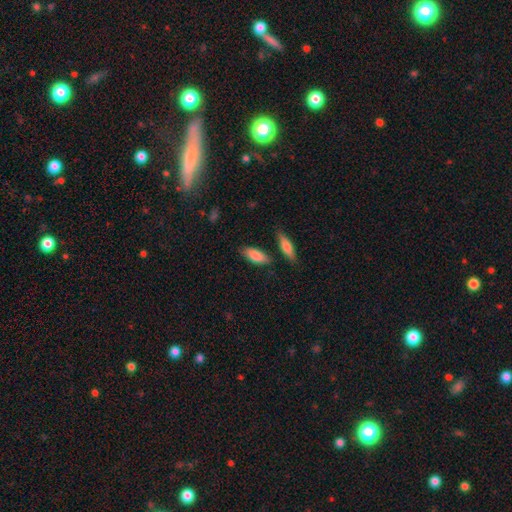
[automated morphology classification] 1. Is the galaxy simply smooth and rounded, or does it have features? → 84% smooth, 10% featured or disk, 6% star or artifact.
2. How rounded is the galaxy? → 78% in between, 19% cigar-shaped, 2% round.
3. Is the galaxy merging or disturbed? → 75% none, 15% minor disturbance, 7% merger, 3% major disturbance.